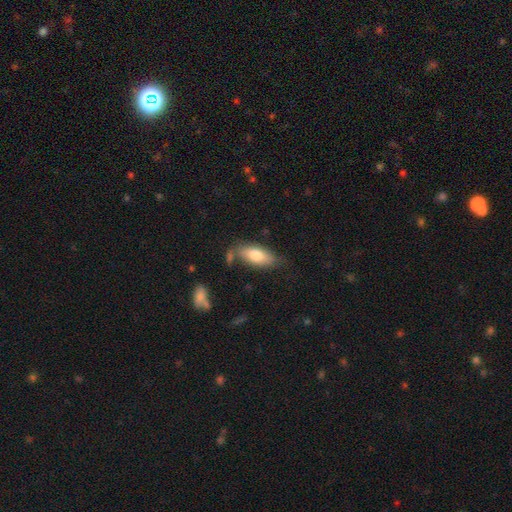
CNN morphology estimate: Smooth or featured? smooth (76%)
How rounded? in between (86%)
Merging? none (65%)